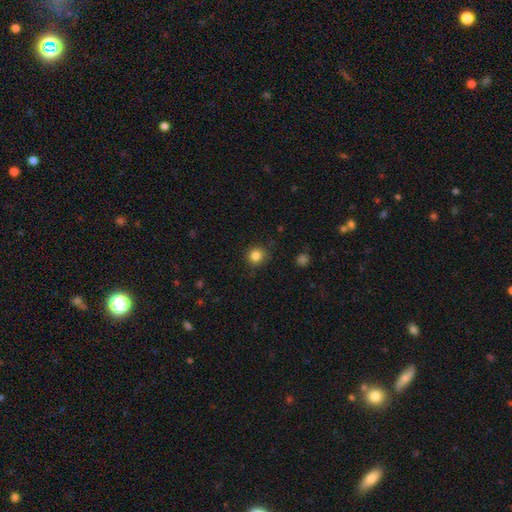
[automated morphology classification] The model was most divided on "smooth or featured": smooth: 84%, star or artifact: 12%, featured or disk: 5%. More confident: how rounded — round (93%); merging — none (85%).